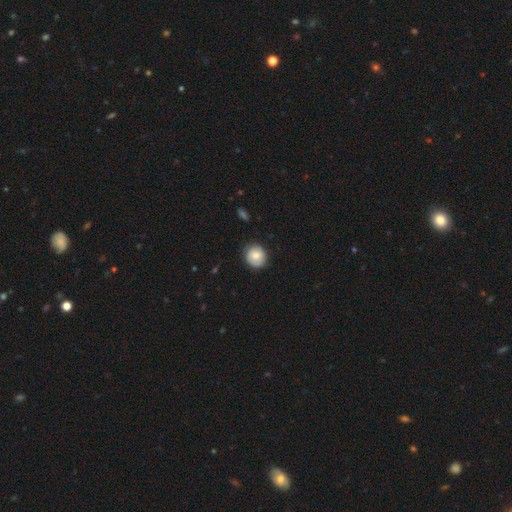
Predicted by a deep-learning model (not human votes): This is likely a smooth galaxy (70%). How rounded: clearly round (83%). Merging: clearly none (81%).